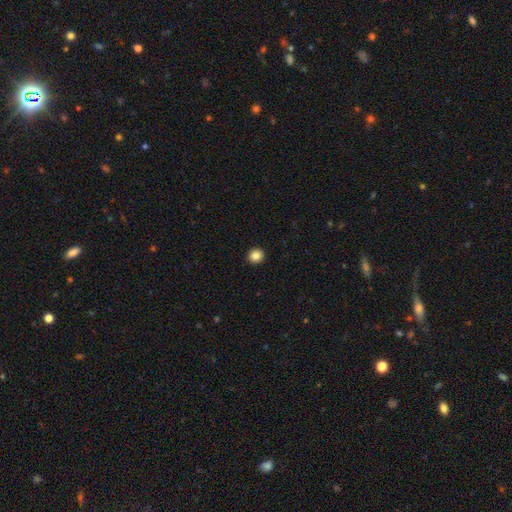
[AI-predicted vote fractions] This appears to be a smooth galaxy with no disk features (85%) that is round (92%). Merging: none (94%).